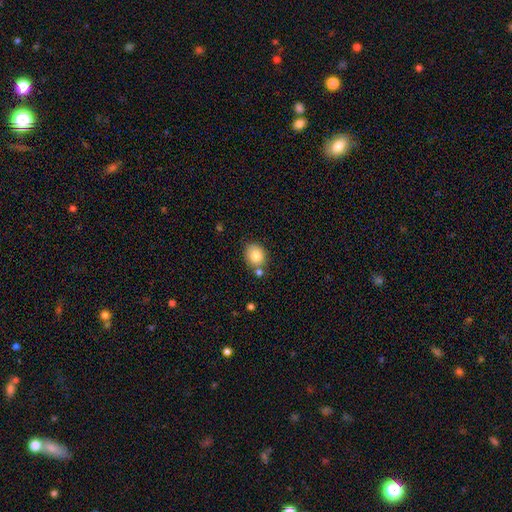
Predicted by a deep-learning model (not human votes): This is clearly a smooth galaxy (82%). How rounded: possibly round (57%). Merging: likely none (69%).